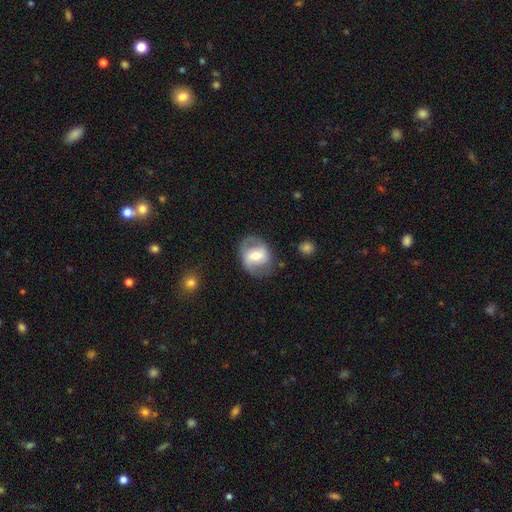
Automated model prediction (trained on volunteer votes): smooth_or_featured: featured or disk (p=0.57) [alt: smooth p=0.36]
disk_edge_on: no (p=0.96) [alt: yes p=0.04]
bar: weak (p=0.42) [alt: strong p=0.34]
has_spiral_arms: yes (p=0.71) [alt: no p=0.29]
bulge_size: moderate (p=0.64) [alt: small p=0.22]
merging: none (p=0.71) [alt: minor disturbance p=0.18]